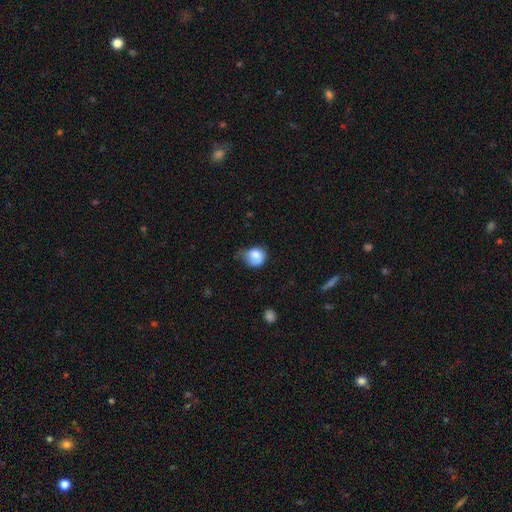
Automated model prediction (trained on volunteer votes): smooth 81%, featured or disk 10%, star or artifact 9%. Down the decision tree: how rounded — round (69%); merging — minor disturbance (45%).